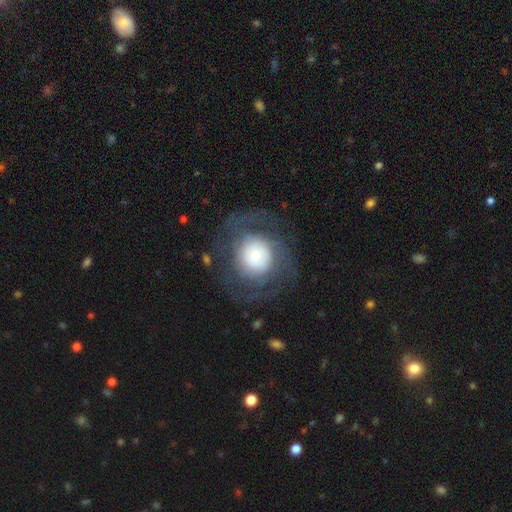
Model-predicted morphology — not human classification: Smooth or featured? Predicted: featured or disk (p=0.60). Edge-on disk? Predicted: no (p=0.97). Bar? Predicted: no (p=0.83). Spiral arms? Predicted: yes (p=0.79). Bulge size? Predicted: large (p=0.33). Merging? Predicted: none (p=0.67).